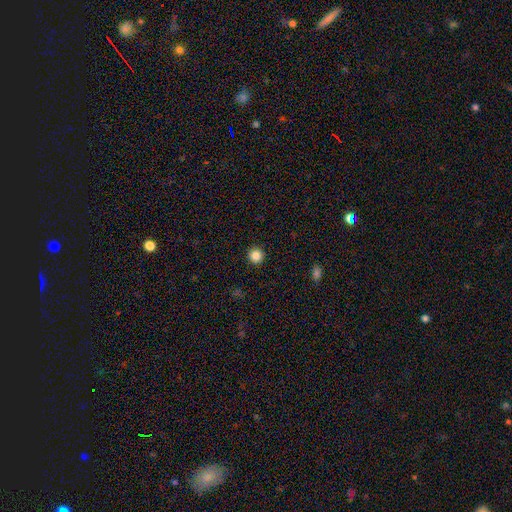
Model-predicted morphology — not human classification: Overall: smooth (85%). How rounded: round (95%). Merging: none (93%).